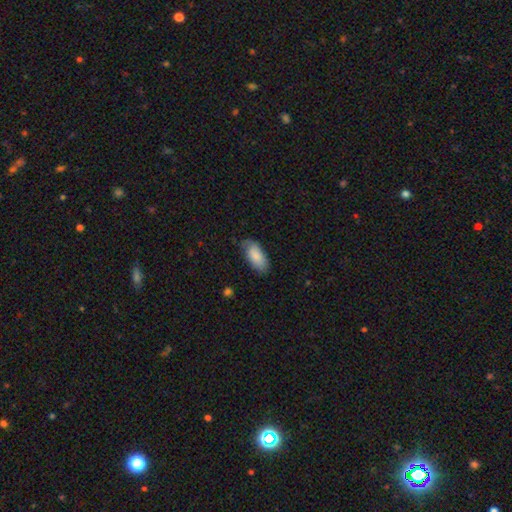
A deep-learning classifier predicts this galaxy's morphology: smooth_or_featured: smooth (p=0.83) [alt: featured or disk p=0.11]
how_rounded: in between (p=0.92) [alt: cigar-shaped p=0.06]
merging: none (p=0.69) [alt: minor disturbance p=0.24]